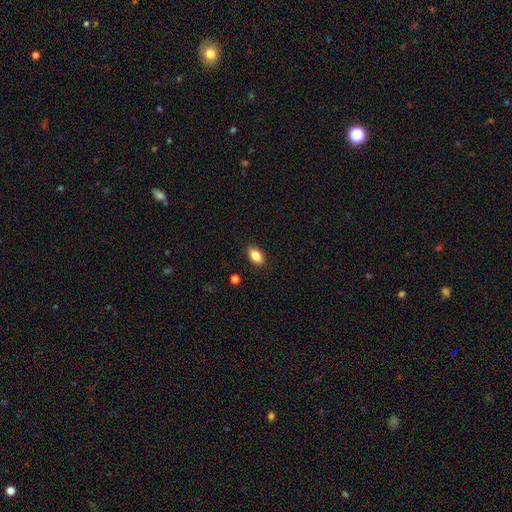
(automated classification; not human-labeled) Q: Smooth or featured?
A: smooth (82%); runner-up: featured or disk (10%)
Q: How rounded?
A: in between (89%); runner-up: round (7%)
Q: Merging?
A: none (89%); runner-up: minor disturbance (8%)